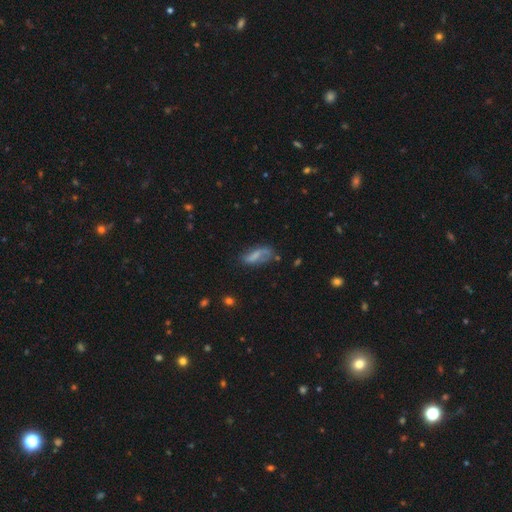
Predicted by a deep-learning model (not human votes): Smooth or featured: smooth — 53% (featured or disk — 36%)
How rounded: in between — 72% (cigar-shaped — 24%)
Merging: none — 45% (minor disturbance — 29%)